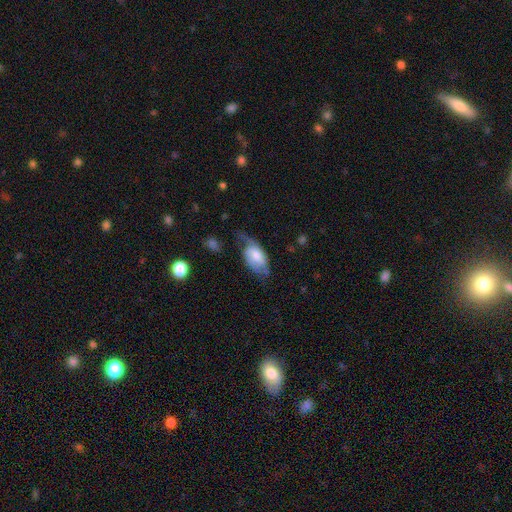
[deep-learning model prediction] Smooth or featured? featured or disk (51%)
Edge-on disk? no (93%)
Merging? none (35%)